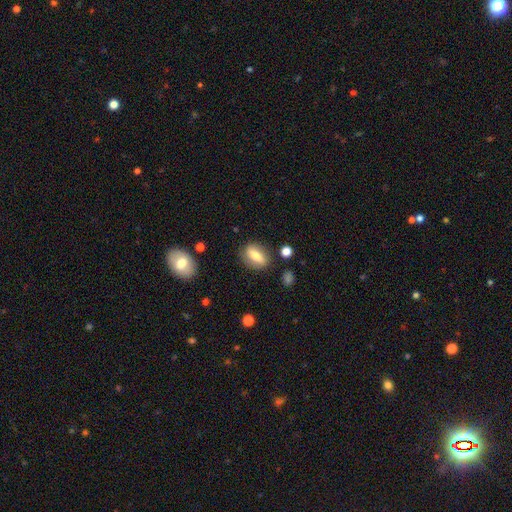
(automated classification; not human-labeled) Morphology: type=smooth (67%); roundness=in between (75%); merging=none (80%).